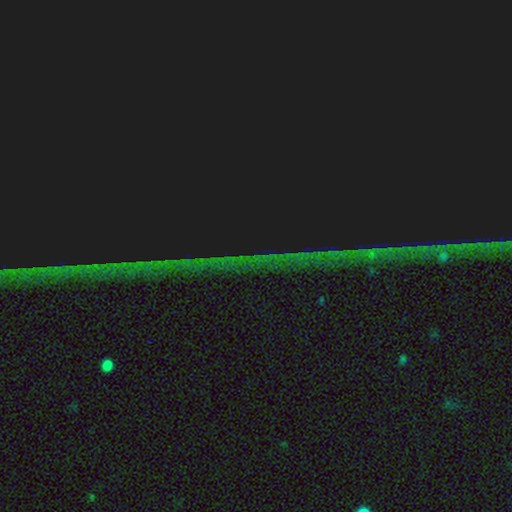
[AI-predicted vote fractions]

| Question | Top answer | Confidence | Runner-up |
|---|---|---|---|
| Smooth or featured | star or artifact | 85% | featured or disk (8%) |